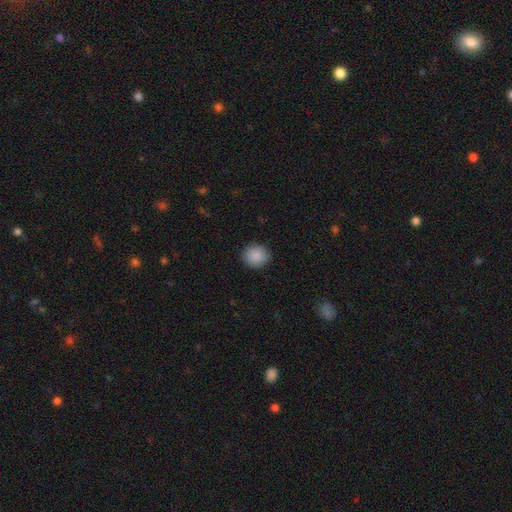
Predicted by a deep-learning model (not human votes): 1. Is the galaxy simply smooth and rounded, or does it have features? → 90% smooth, 7% star or artifact, 3% featured or disk.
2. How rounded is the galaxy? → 88% round, 11% in between, 1% cigar-shaped.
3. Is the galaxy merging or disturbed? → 90% none, 7% minor disturbance, 2% major disturbance, 1% merger.